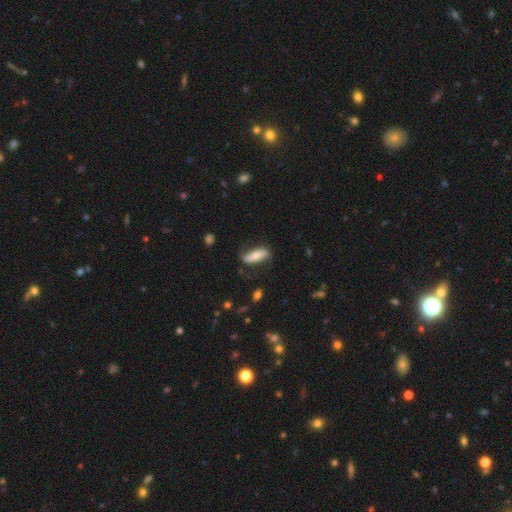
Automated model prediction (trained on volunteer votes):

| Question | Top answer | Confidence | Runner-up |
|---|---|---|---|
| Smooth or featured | smooth | 57% | featured or disk (36%) |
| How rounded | in between | 59% | cigar-shaped (39%) |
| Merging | none | 66% | minor disturbance (22%) |